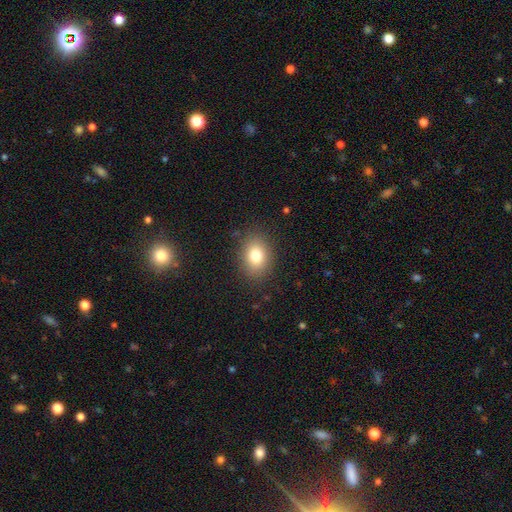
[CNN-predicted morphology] This is likely a smooth galaxy (79%). How rounded: likely in between (66%). Merging: clearly none (86%).